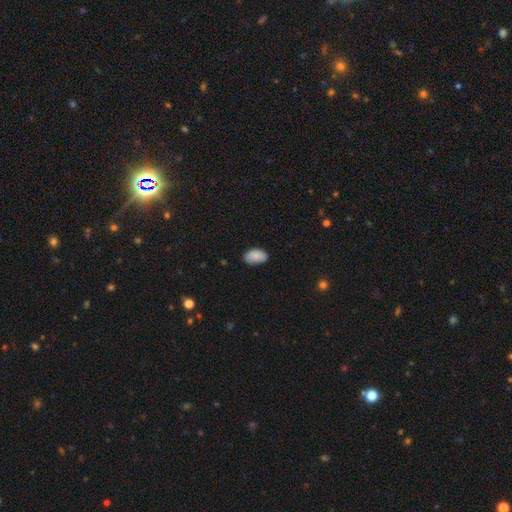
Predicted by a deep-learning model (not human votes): A smooth galaxy with no disk features (86%) that is in between round and cigar-shaped (93%).

Vote fractions:
- Smooth or featured? smooth: 86% / star or artifact: 7% / featured or disk: 6%
- How rounded? in between: 93% / round: 6% / cigar-shaped: 1%
- Merging? none: 77% / minor disturbance: 19% / major disturbance: 3% / merger: 1%